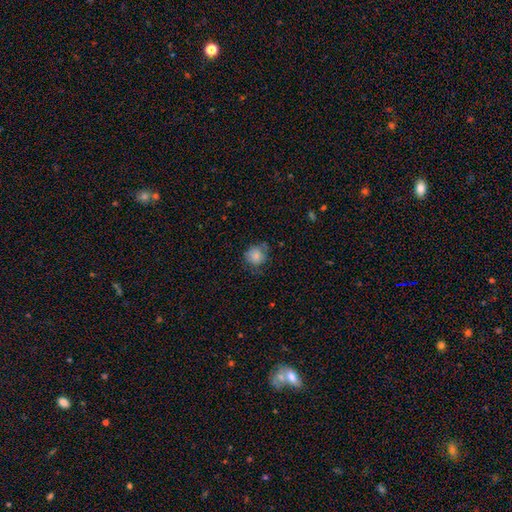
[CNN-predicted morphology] Smooth or featured?
  - smooth: 81% *
  - featured or disk: 11%
  - star or artifact: 9%
How rounded?
  - round: 85% *
  - in between: 15%
  - cigar-shaped: 1%
Merging?
  - none: 63% *
  - minor disturbance: 26%
  - major disturbance: 9%
  - merger: 2%